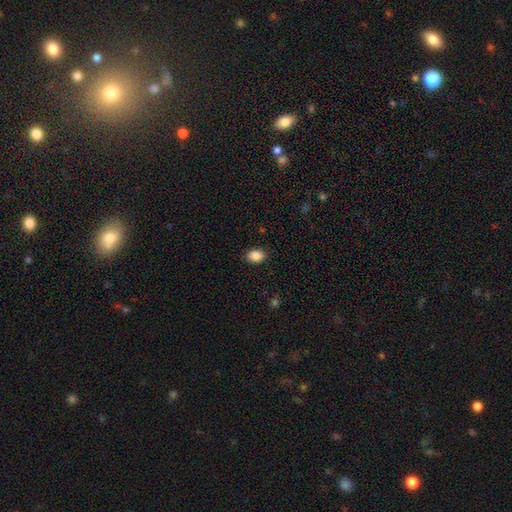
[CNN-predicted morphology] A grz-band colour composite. It shows a smooth galaxy with no disk features (88%) that is in between round and cigar-shaped (77%). Merging: none (88%).